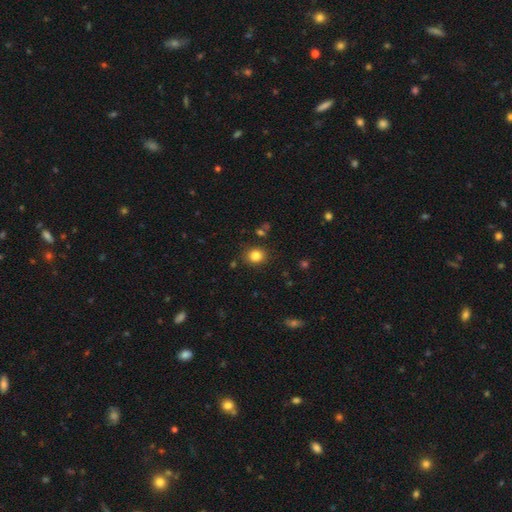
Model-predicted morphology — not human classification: smooth-or-featured: smooth: 83% | star or artifact: 12% | featured or disk: 6%
  how-rounded: round: 70% | in between: 30% | cigar-shaped: 1%
  merging: none: 87% | minor disturbance: 8% | major disturbance: 3% | merger: 2%